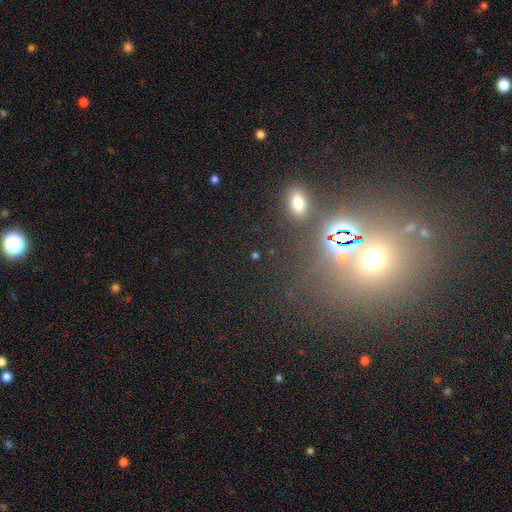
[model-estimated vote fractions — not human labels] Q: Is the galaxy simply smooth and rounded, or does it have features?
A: star or artifact — 55%.